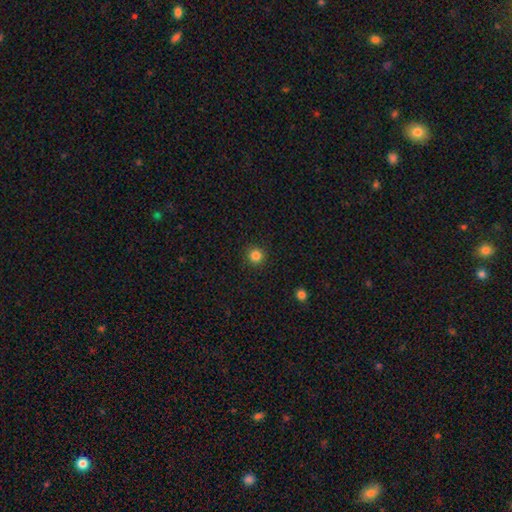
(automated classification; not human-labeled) Morphology: type=smooth (84%); roundness=round (95%); merging=none (92%).